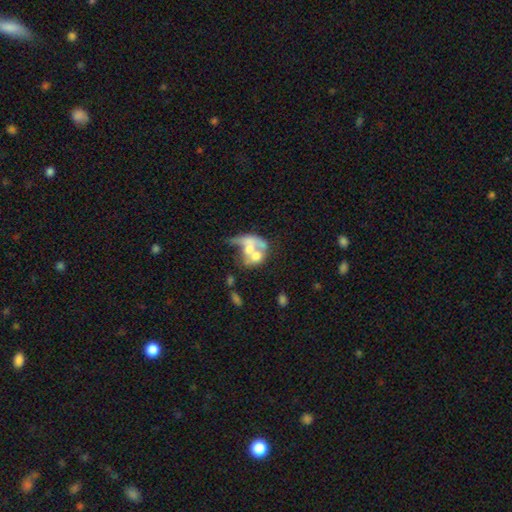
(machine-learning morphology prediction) Smooth or featured? Predicted: featured or disk (p=0.51). Edge-on disk? Predicted: no (p=0.96). Merging? Predicted: merger (p=0.58).